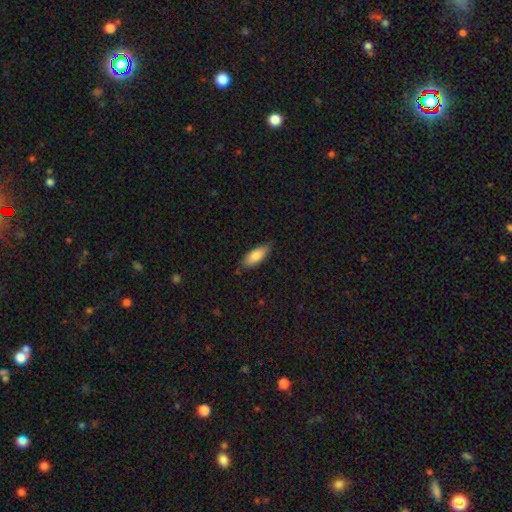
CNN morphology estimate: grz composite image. It shows a smooth galaxy with no disk features (83%) that is in between round and cigar-shaped (73%). Merging: none (78%).